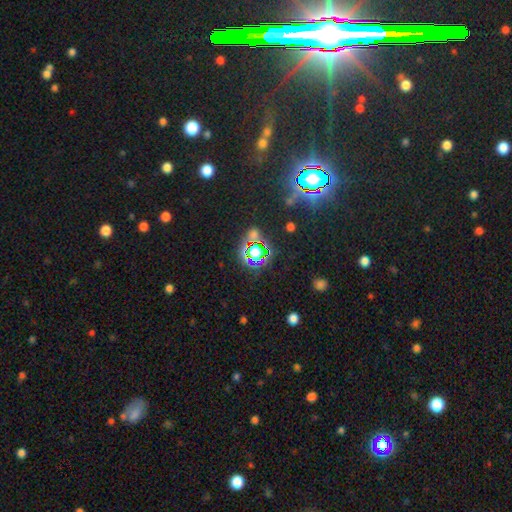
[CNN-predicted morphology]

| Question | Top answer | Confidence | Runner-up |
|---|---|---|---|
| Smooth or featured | star or artifact | 75% | smooth (16%) |